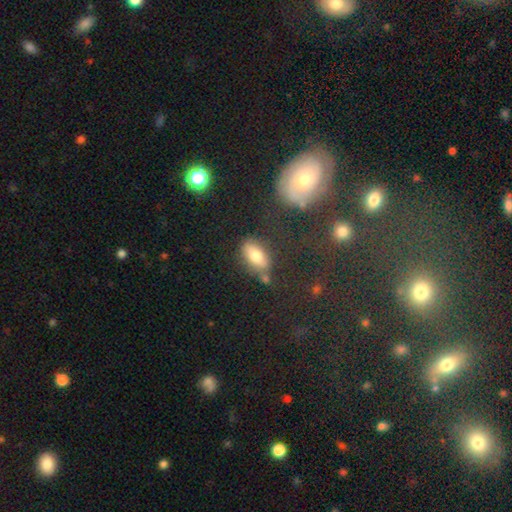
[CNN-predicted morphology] This is likely a smooth galaxy (73%). How rounded: clearly in between (86%). Merging: likely none (67%).